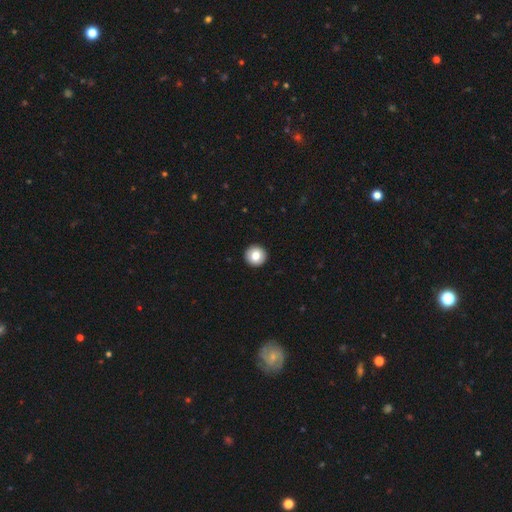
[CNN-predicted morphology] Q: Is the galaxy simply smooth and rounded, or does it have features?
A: smooth — 79%.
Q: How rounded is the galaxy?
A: round — 96%.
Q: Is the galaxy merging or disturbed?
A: none — 94%.